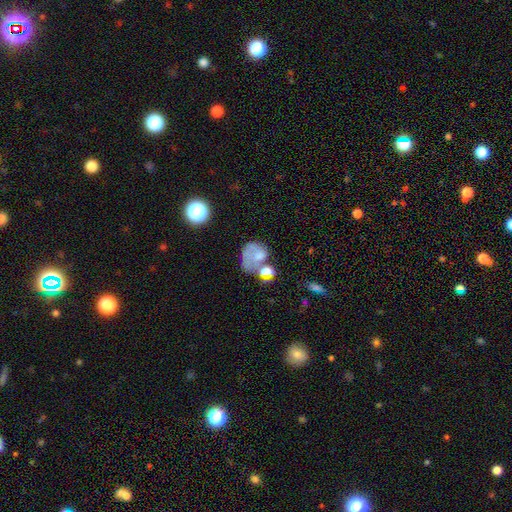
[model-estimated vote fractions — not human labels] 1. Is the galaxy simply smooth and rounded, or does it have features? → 53% smooth, 33% featured or disk, 15% star or artifact.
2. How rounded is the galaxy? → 54% in between, 45% round, 1% cigar-shaped.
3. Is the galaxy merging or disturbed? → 32% major disturbance, 26% merger, 24% none, 18% minor disturbance.